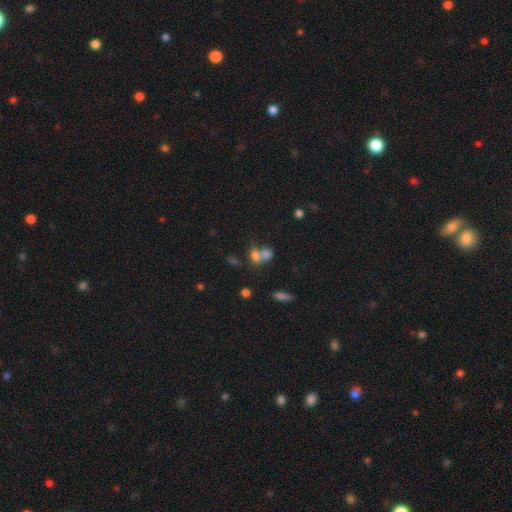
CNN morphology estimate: A smooth galaxy with no disk features (72%) that is in between round and cigar-shaped (61%). Merging: merger (55%).